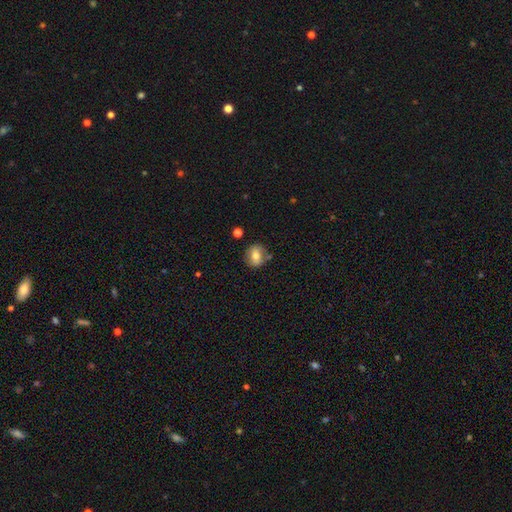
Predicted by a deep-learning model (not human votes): Smooth or featured: smooth — 71% (featured or disk — 20%)
How rounded: round — 67% (in between — 31%)
Merging: none — 76% (minor disturbance — 14%)